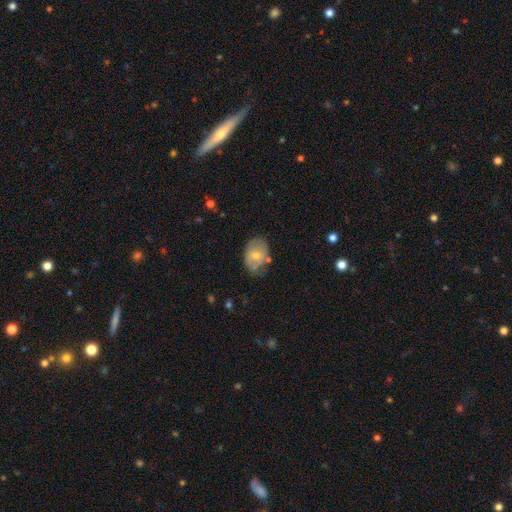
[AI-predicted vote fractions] smooth_or_featured: smooth (p=0.62) [alt: featured or disk p=0.31]
how_rounded: in between (p=0.76) [alt: round p=0.23]
merging: none (p=0.61) [alt: minor disturbance p=0.26]